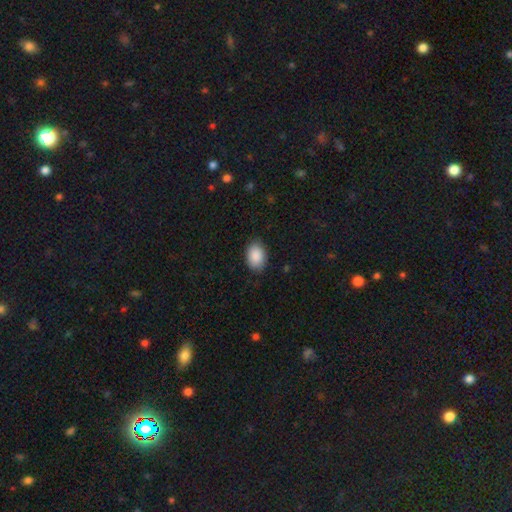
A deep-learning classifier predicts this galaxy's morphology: Smooth or featured? Predicted: smooth (p=0.90). How rounded? Predicted: in between (p=0.83). Merging? Predicted: none (p=0.86).